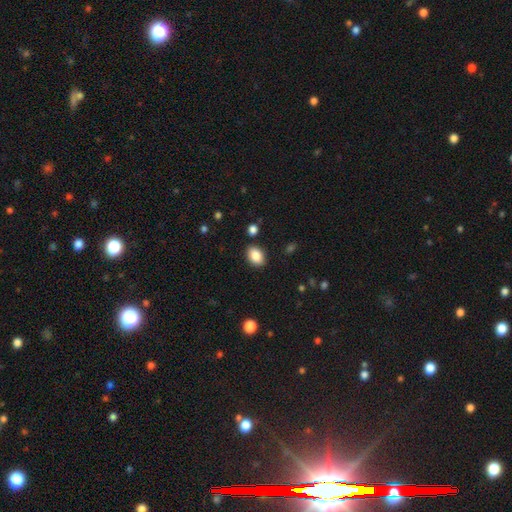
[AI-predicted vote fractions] Morphology: type=smooth (86%); roundness=in between (79%); merging=none (87%).